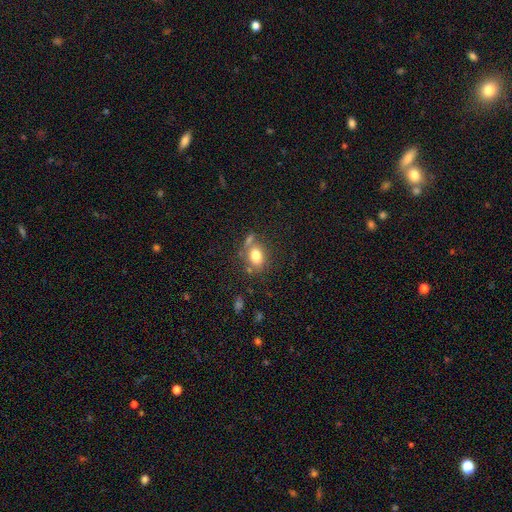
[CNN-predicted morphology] This appears to be a smooth galaxy with no disk features (77%) that is in between round and cigar-shaped (66%). Merging: none (60%).